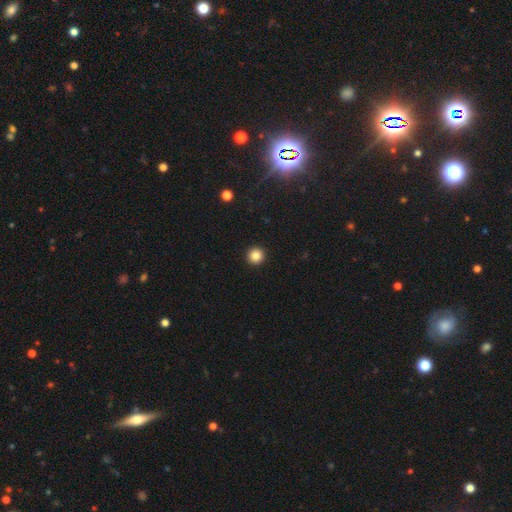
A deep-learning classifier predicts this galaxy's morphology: Smooth or featured? Predicted: smooth (p=0.85). How rounded? Predicted: round (p=0.96). Merging? Predicted: none (p=0.94).